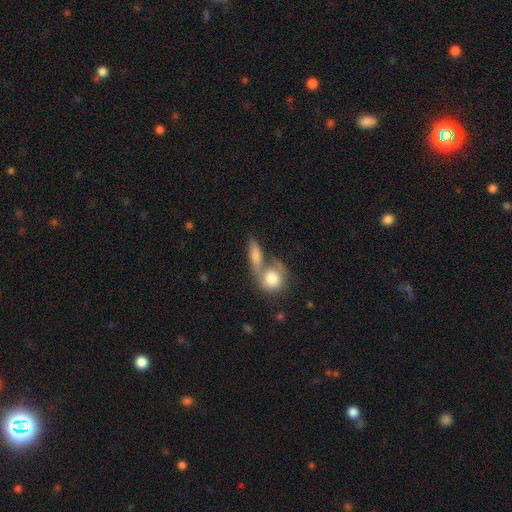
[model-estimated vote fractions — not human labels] The model was most divided on "merging": merger: 53%, none: 31%, minor disturbance: 10%, major disturbance: 7%. More confident: smooth or featured — smooth (73%); how rounded — in between (53%).